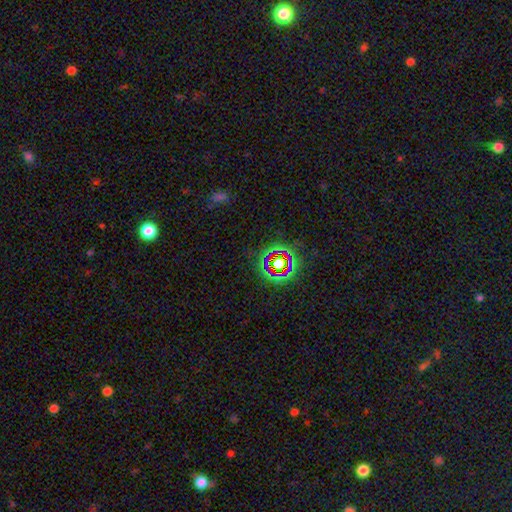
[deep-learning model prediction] The model was most divided on "smooth or featured": star or artifact: 58%, featured or disk: 22%, smooth: 20%.